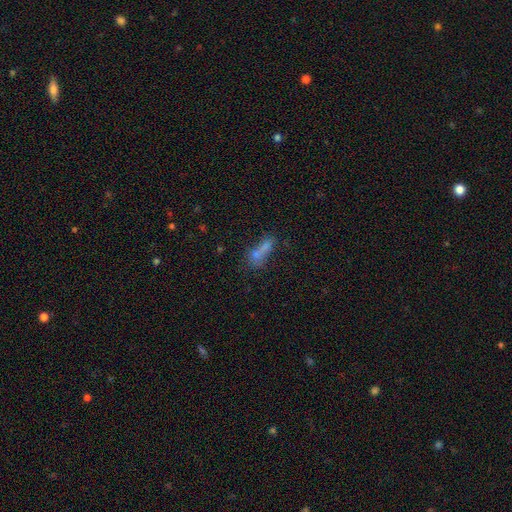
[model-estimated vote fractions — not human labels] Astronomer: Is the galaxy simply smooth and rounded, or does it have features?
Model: smooth — 62%.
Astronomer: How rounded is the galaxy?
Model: in between — 52% (runner-up: cigar-shaped, 33%).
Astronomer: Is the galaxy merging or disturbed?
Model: merger — 43% (runner-up: none, 33%).